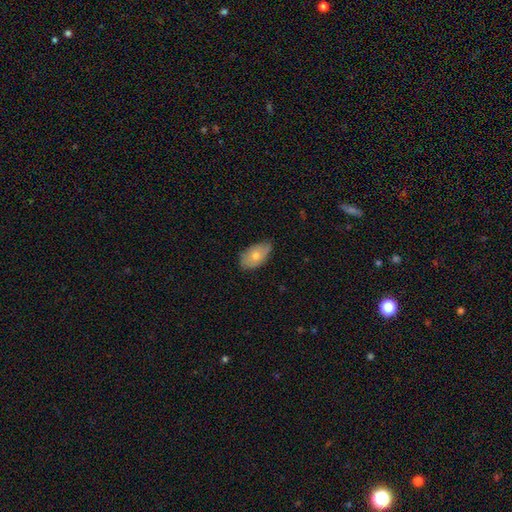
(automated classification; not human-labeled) Smooth or featured?
  - smooth: 70% *
  - featured or disk: 23%
  - star or artifact: 7%
How rounded?
  - in between: 92% *
  - round: 6%
  - cigar-shaped: 2%
Merging?
  - none: 68% *
  - minor disturbance: 27%
  - major disturbance: 4%
  - merger: 1%